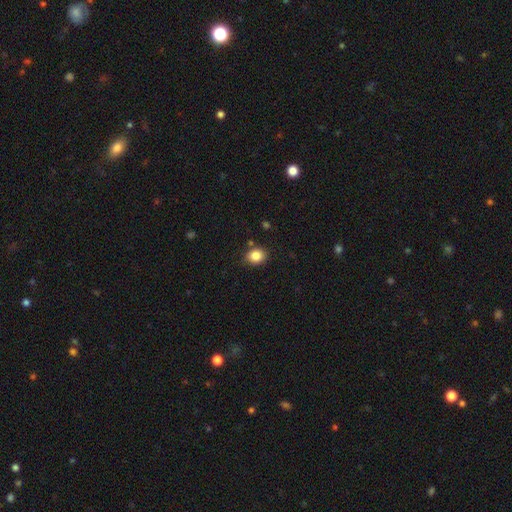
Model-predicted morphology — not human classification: smooth-or-featured: smooth: 84% | star or artifact: 10% | featured or disk: 5%
  how-rounded: round: 62% | in between: 37% | cigar-shaped: 1%
  merging: none: 84% | minor disturbance: 11% | merger: 3% | major disturbance: 2%